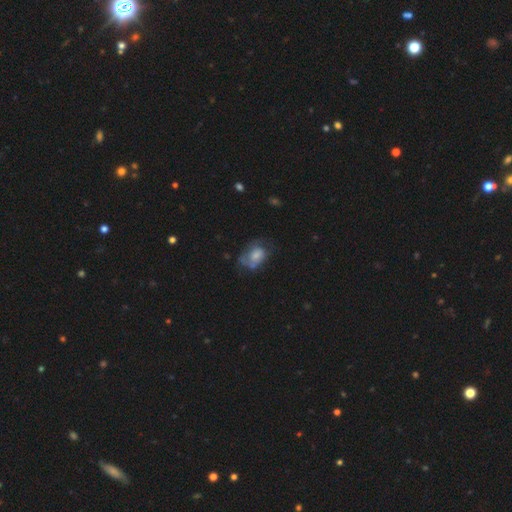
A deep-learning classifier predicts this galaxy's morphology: Overall: smooth (58%; featured or disk 34%). How rounded: in between (76%). Merging: none (36%; minor disturbance 30%).